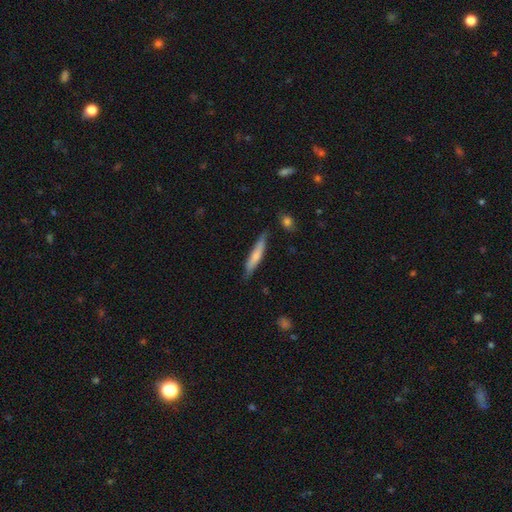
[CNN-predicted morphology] The model was most divided on "smooth or featured": smooth: 67%, featured or disk: 28%, star or artifact: 5%. More confident: how rounded — cigar-shaped (91%); merging — none (81%).